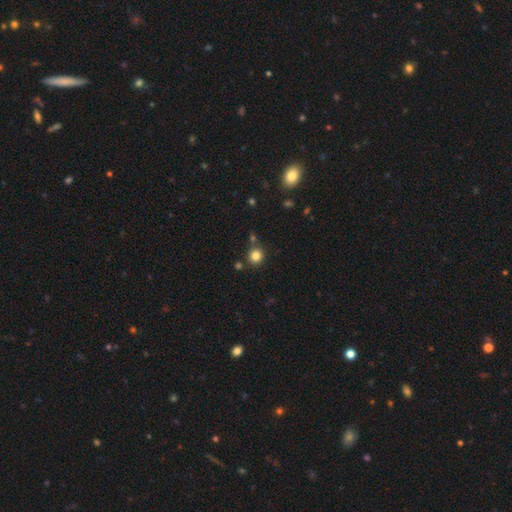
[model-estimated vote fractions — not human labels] Morphology: type=smooth (83%); roundness=round (90%); merging=none (78%).